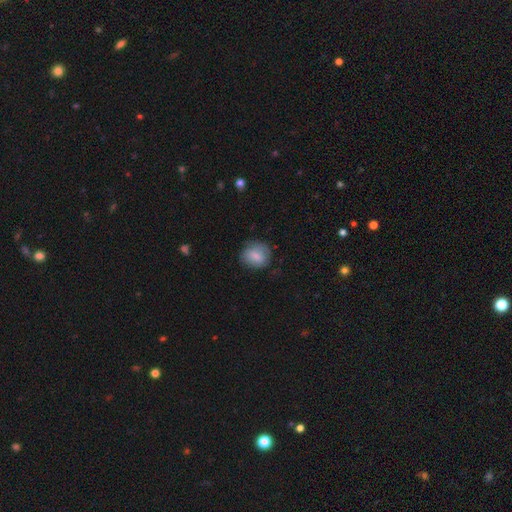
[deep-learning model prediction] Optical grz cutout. It shows a smooth galaxy with no disk features (76%) that is round (64%). Merging: none (70%).